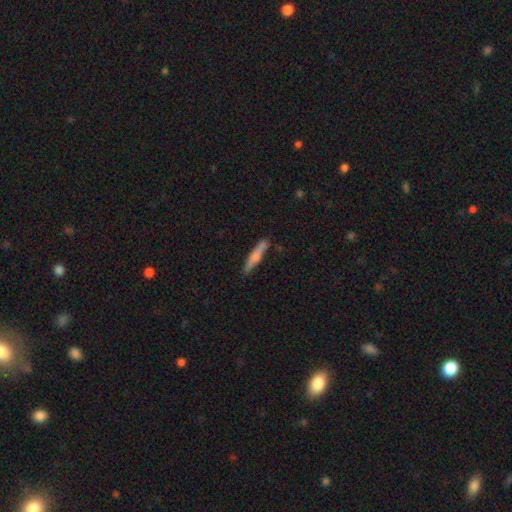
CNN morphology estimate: This is likely a smooth galaxy (62%). How rounded: clearly cigar-shaped (92%). Merging: likely none (78%).